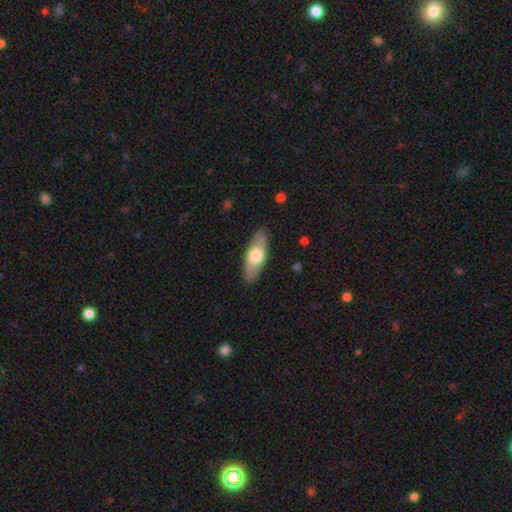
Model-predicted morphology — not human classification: The model was most divided on "smooth or featured": smooth: 59%, featured or disk: 36%, star or artifact: 5%. More confident: merging — none (86%); how rounded — in between (67%).